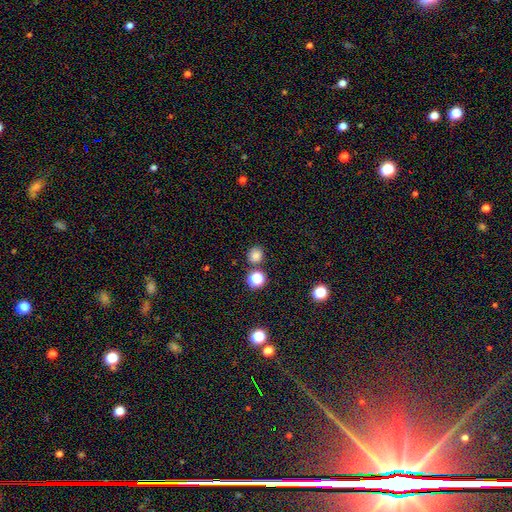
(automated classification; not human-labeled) The model was most divided on "smooth or featured": smooth: 78%, star or artifact: 18%, featured or disk: 5%. More confident: how rounded — round (86%); merging — none (79%).